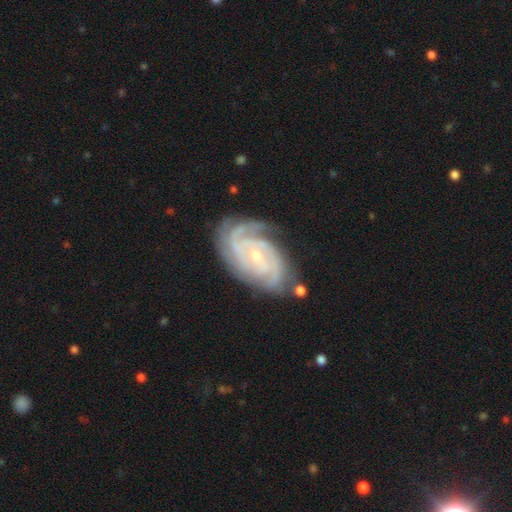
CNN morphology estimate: A featured or disk galaxy (90%) with no bar (51%), 3 (33%) tight (72%) spiral arms (98%) and a small central bulge (73%).

Vote fractions:
- Smooth or featured? featured or disk: 90% / star or artifact: 5% / smooth: 5%
- Edge-on disk? no: 97% / yes: 3%
- Bar? no: 51% / weak: 36% / strong: 13%
- Spiral arms? yes: 98% / no: 2%
- Spiral winding? tight: 72% / medium: 25% / loose: 4%
- Spiral arm count? 3: 33% / 4: 22% / 2: 18% / can't tell: 16% / more than 4: 7% / 1: 5%
- Bulge size? small: 73% / moderate: 23% / none: 1% / large: 1% / dominant: 1%
- Merging? none: 71% / minor disturbance: 20% / major disturbance: 6% / merger: 3%